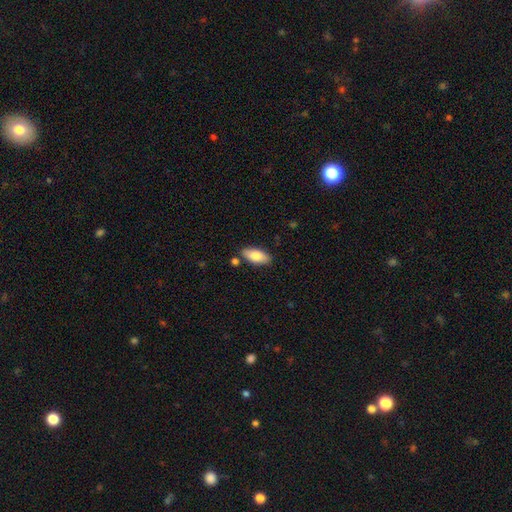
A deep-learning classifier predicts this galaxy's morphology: Smooth or featured? Predicted: smooth (p=0.81). How rounded? Predicted: in between (p=0.88). Merging? Predicted: none (p=0.82).